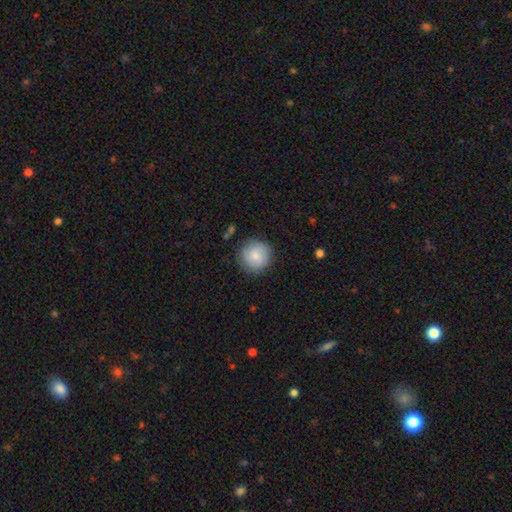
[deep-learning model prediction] This appears to be a smooth galaxy with no disk features (78%) that is round (94%). Merging: none (83%).